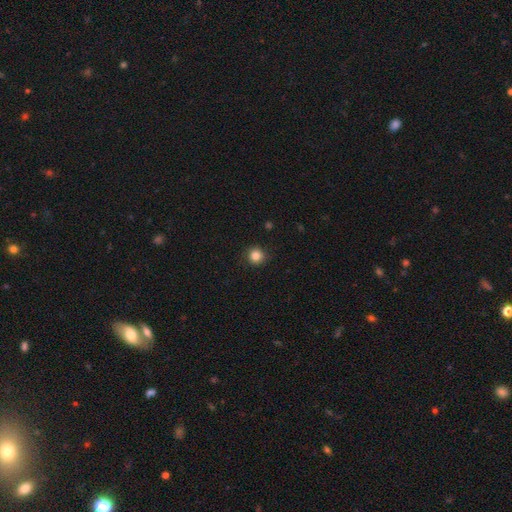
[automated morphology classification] Smooth or featured: smooth — 84% (star or artifact — 12%)
How rounded: round — 94% (in between — 5%)
Merging: none — 90% (minor disturbance — 7%)